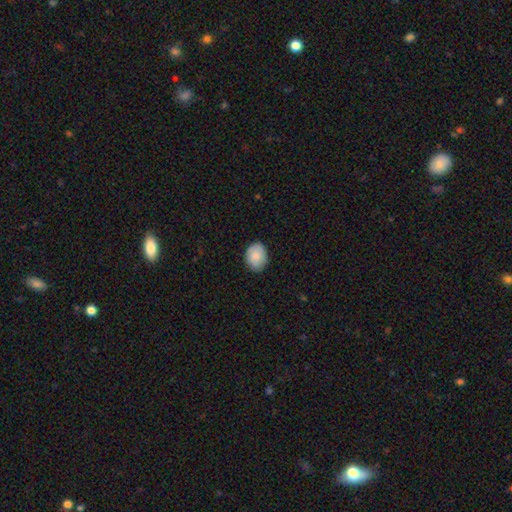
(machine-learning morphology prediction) A smooth galaxy with no disk features (86%) that is in between round and cigar-shaped (59%). Merging: none (83%).